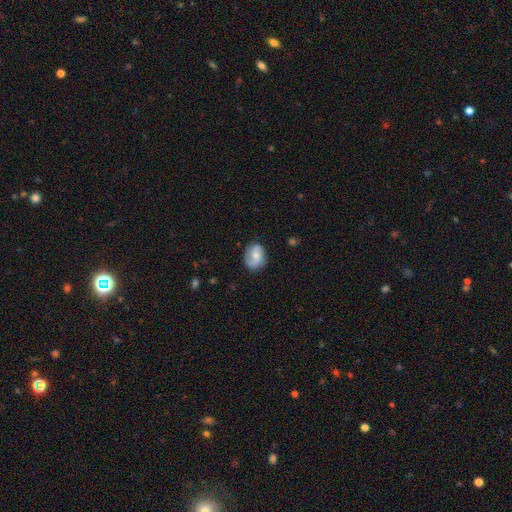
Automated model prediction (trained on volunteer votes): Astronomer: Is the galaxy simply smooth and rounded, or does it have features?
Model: featured or disk — 52% (runner-up: smooth, 41%).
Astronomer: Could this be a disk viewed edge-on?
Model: no — 97%.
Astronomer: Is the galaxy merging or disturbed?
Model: none — 71%.